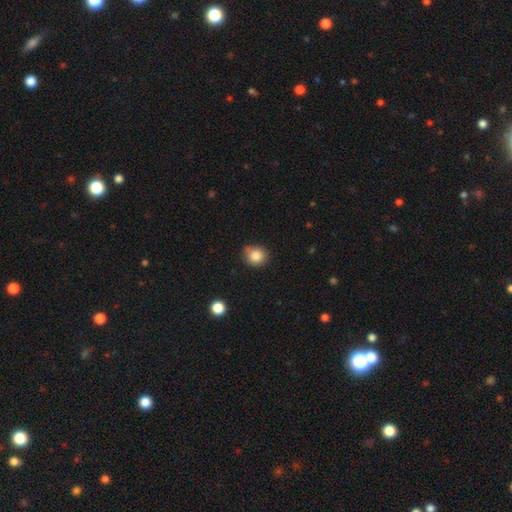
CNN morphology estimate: This is clearly a smooth galaxy (83%). How rounded: clearly round (82%). Merging: likely none (76%).